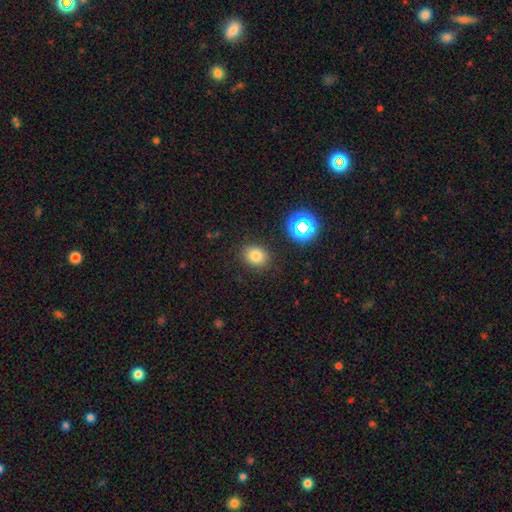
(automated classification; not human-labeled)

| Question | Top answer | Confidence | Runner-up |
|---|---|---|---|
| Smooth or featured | smooth | 77% | star or artifact (16%) |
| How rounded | round | 56% | in between (43%) |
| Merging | none | 87% | minor disturbance (9%) |